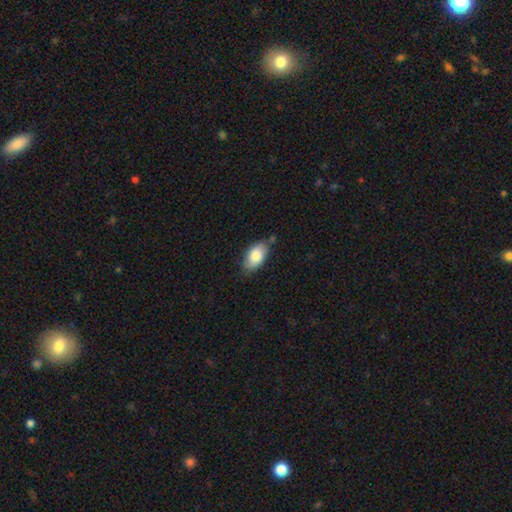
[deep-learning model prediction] A smooth galaxy with no disk features (81%) that is in between round and cigar-shaped (93%).

Vote fractions:
- Smooth or featured? smooth: 81% / featured or disk: 12% / star or artifact: 6%
- How rounded? in between: 93% / round: 4% / cigar-shaped: 3%
- Merging? none: 71% / minor disturbance: 21% / merger: 4% / major disturbance: 4%